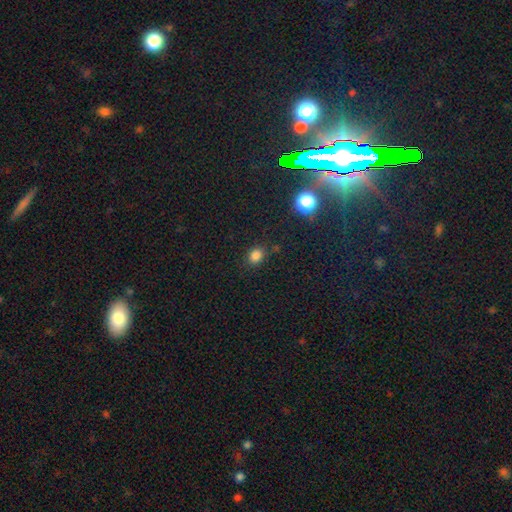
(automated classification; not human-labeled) Q: Smooth or featured?
A: smooth (81%); runner-up: star or artifact (15%)
Q: How rounded?
A: in between (51%); runner-up: round (48%)
Q: Merging?
A: none (81%); runner-up: minor disturbance (12%)